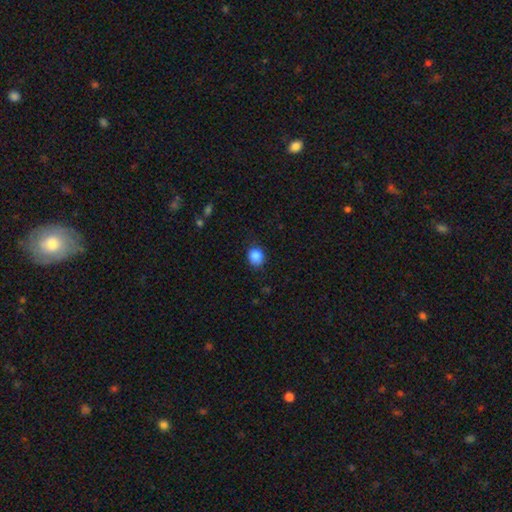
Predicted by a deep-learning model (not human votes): Smooth or featured?
  - smooth: 87% *
  - star or artifact: 9%
  - featured or disk: 4%
How rounded?
  - round: 69% *
  - in between: 30%
  - cigar-shaped: 1%
Merging?
  - none: 81% *
  - minor disturbance: 15%
  - major disturbance: 3%
  - merger: 1%